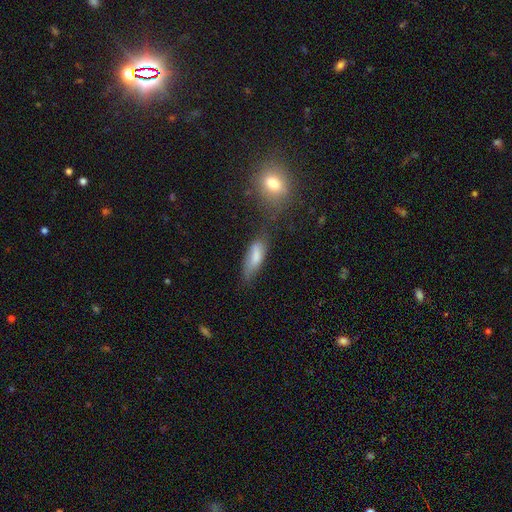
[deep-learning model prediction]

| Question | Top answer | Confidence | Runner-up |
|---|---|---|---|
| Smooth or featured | smooth | 76% | featured or disk (16%) |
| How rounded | in between | 59% | cigar-shaped (38%) |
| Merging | none | 48% | minor disturbance (28%) |